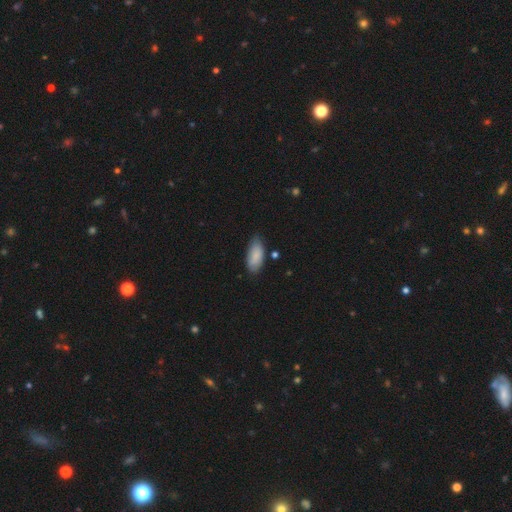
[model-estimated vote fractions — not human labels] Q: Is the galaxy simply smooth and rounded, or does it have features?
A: smooth — 85%.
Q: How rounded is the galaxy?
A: in between — 88%.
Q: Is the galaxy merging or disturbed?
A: none — 69%.